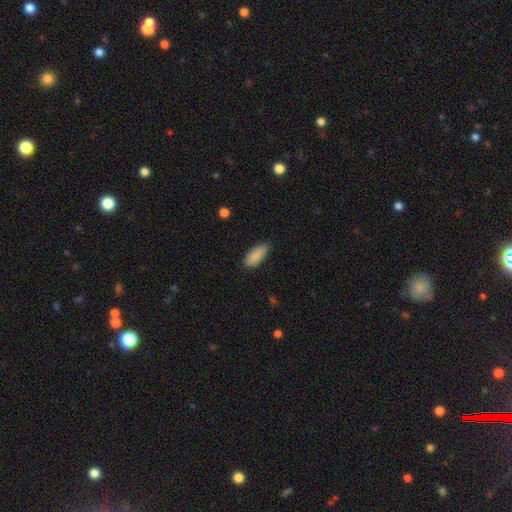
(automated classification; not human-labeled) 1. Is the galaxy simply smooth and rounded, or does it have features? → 88% smooth, 7% star or artifact, 5% featured or disk.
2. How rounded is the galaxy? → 80% in between, 18% cigar-shaped, 2% round.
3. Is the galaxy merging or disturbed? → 76% none, 19% minor disturbance, 3% major disturbance, 1% merger.